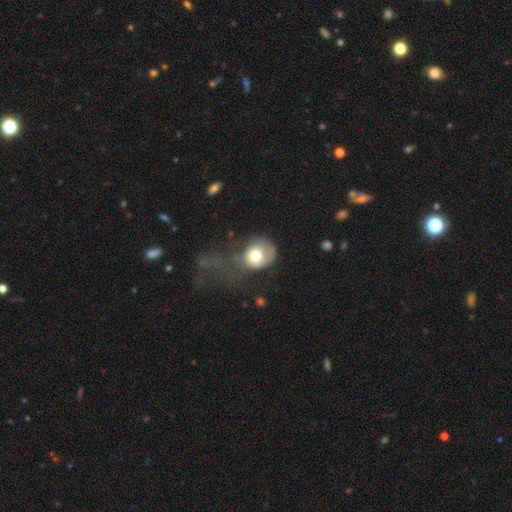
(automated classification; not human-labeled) Overall: smooth (67%). How rounded: round (66%; in between 33%). Merging: major disturbance (54%; minor disturbance 21%).